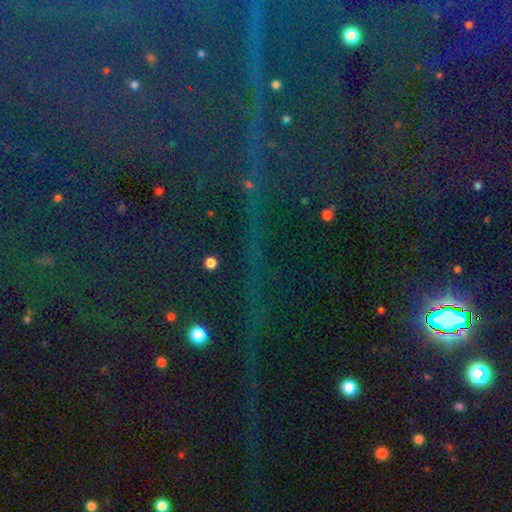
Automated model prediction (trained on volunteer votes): Smooth or featured: star or artifact — 85% (featured or disk — 8%)